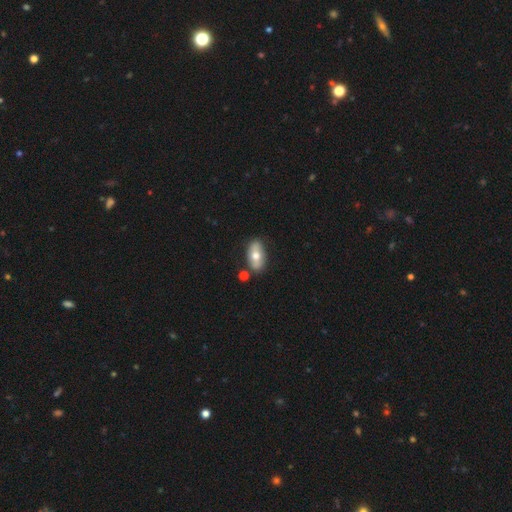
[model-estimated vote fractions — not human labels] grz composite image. It shows a smooth galaxy with no disk features (58%) that is in between round and cigar-shaped (89%). Merging: none (80%).